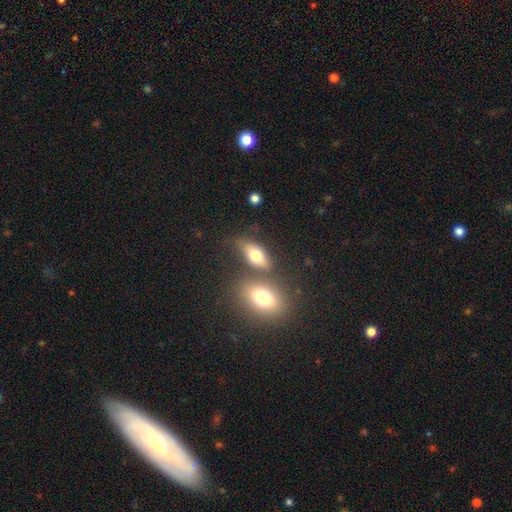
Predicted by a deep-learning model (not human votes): A smooth galaxy with no disk features (72%) that is in between round and cigar-shaped (84%). Merging: none (61%).